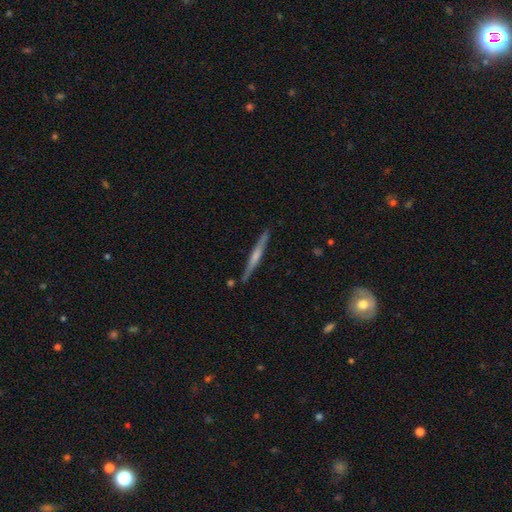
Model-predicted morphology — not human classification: A featured or disk galaxy (59%) viewed edge-on (97%) with no central bulge (42%, tied with rounded). Merging: none (87%).